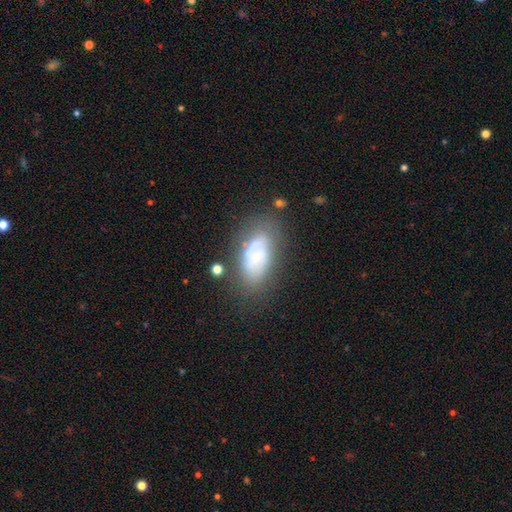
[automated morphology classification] Smooth or featured? Predicted: smooth (p=0.47). Merging? Predicted: none (p=0.52).